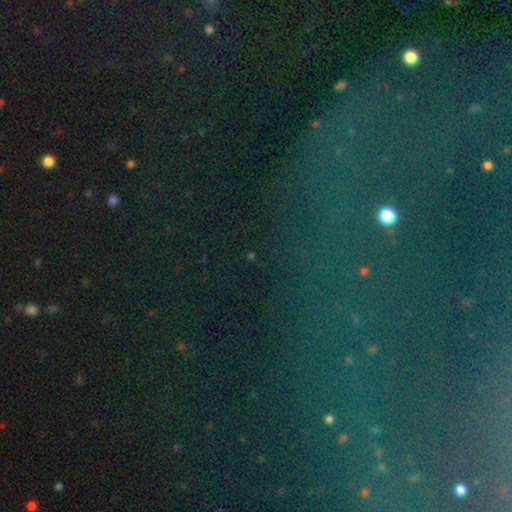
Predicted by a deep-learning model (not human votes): Q: Smooth or featured?
A: star or artifact (81%); runner-up: featured or disk (9%)